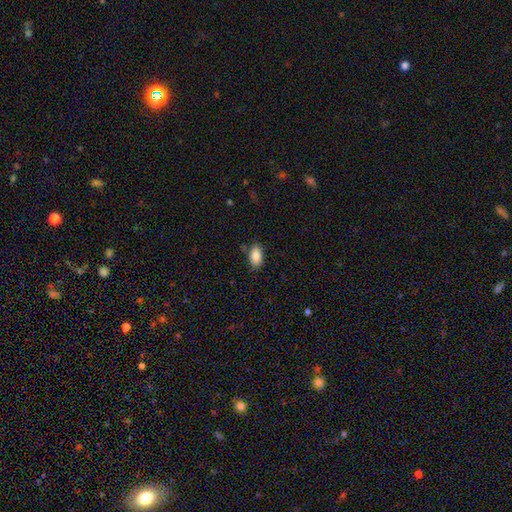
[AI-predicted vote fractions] Q: Smooth or featured?
A: smooth (88%); runner-up: star or artifact (7%)
Q: How rounded?
A: in between (93%); runner-up: round (4%)
Q: Merging?
A: none (82%); runner-up: minor disturbance (13%)